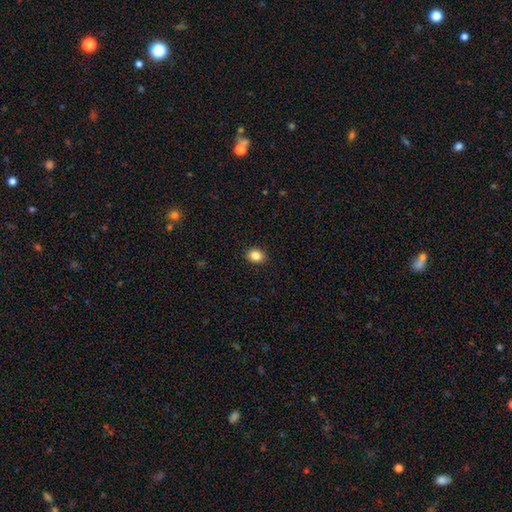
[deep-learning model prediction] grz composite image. It shows a smooth galaxy with no disk features (85%) that is round (50%). Merging: none (91%).